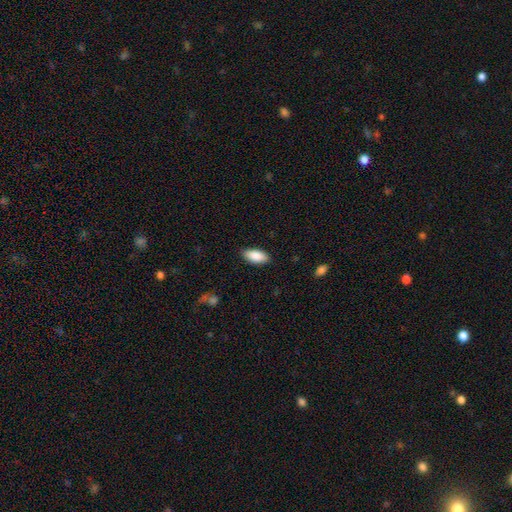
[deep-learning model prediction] Smooth or featured? Predicted: smooth (p=0.87). How rounded? Predicted: in between (p=0.88). Merging? Predicted: none (p=0.86).